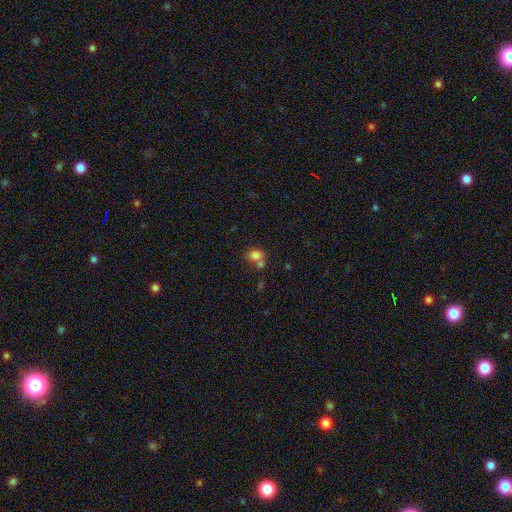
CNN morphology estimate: smooth 78%, star or artifact 12%, featured or disk 10%. Down the decision tree: how rounded — round (51%); merging — merger (42%, tied with none).